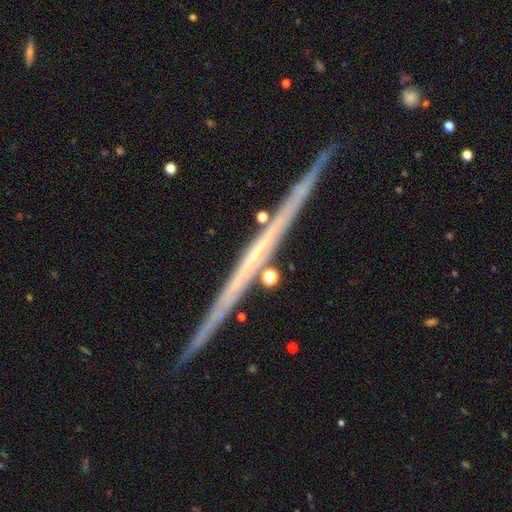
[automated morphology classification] Smooth or featured: featured or disk — 77% (smooth — 16%)
Edge-on disk: yes — 98% (no — 2%)
Edge-on bulge: none — 84% (rounded — 12%)
Merging: none — 88% (minor disturbance — 8%)